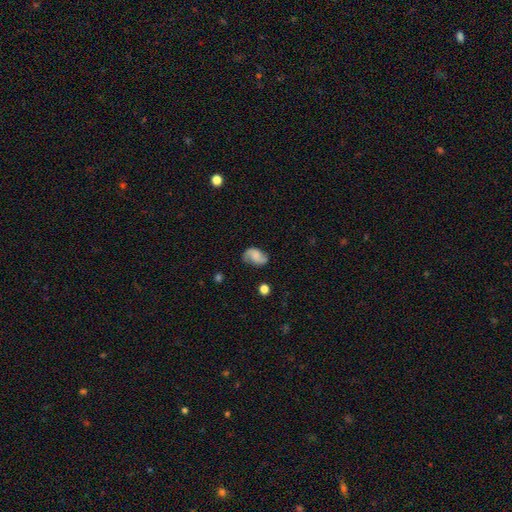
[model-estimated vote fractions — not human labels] Smooth or featured? featured or disk (69%)
Edge-on disk? no (98%)
Bar? no (57%)
Spiral arms? yes (95%)
Spiral winding? loose (46%)
Spiral arm count? 2 (90%)
Bulge size? none (53%)
Merging? none (72%)